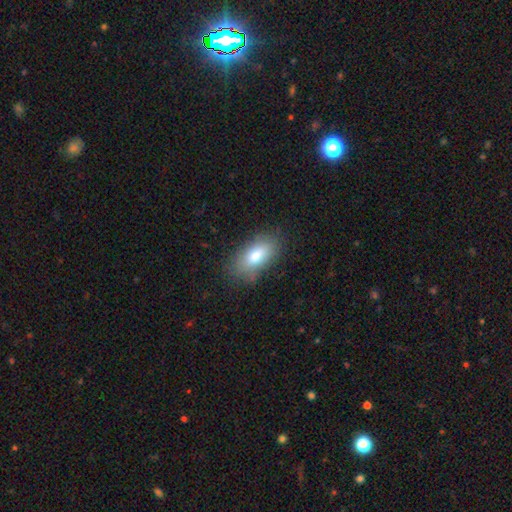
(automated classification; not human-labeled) Overall: smooth (79%). How rounded: in between (89%). Merging: none (81%).